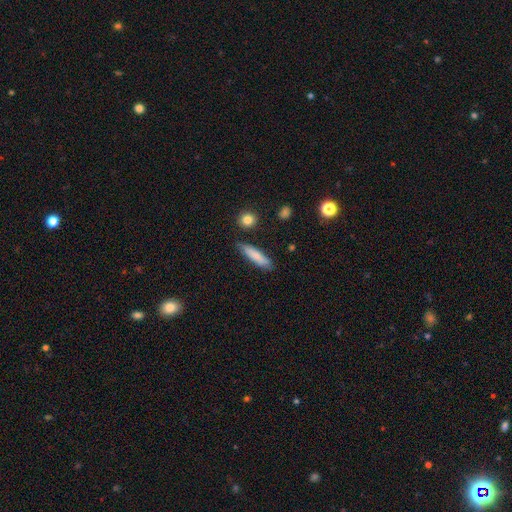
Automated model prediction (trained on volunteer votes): A smooth galaxy with no disk features (80%) that is cigar-shaped (76%). Merging: none (80%).